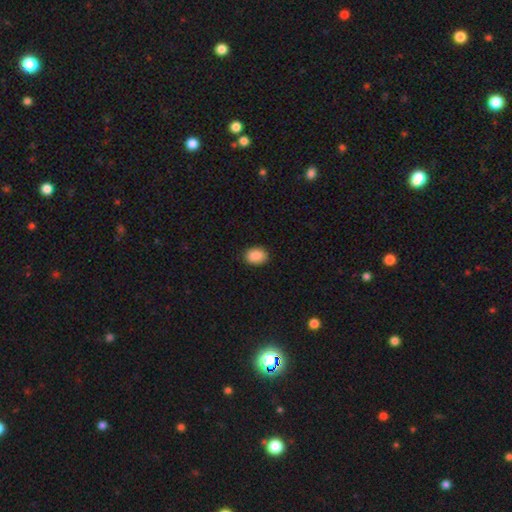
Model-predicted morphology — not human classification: This appears to be a smooth galaxy with no disk features (89%) that is in between round and cigar-shaped (72%). Merging: none (86%).